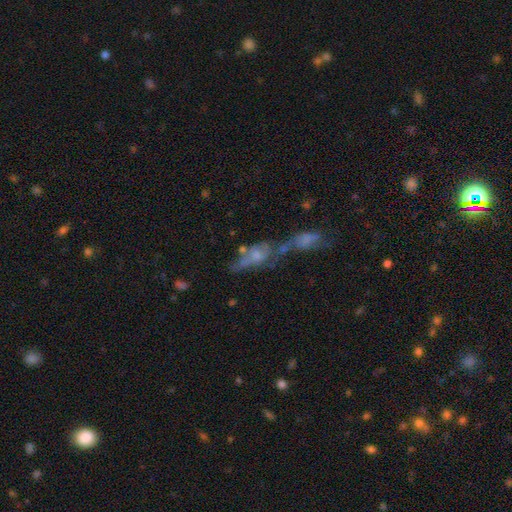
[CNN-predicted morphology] Smooth or featured? Predicted: featured or disk (p=0.45). Merging? Predicted: merger (p=0.57).